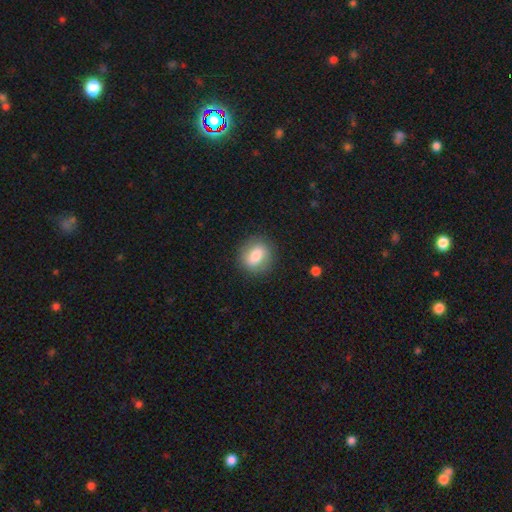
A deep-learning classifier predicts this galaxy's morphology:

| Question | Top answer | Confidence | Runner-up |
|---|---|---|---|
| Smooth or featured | smooth | 73% | featured or disk (19%) |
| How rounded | round | 67% | in between (31%) |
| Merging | none | 85% | minor disturbance (11%) |